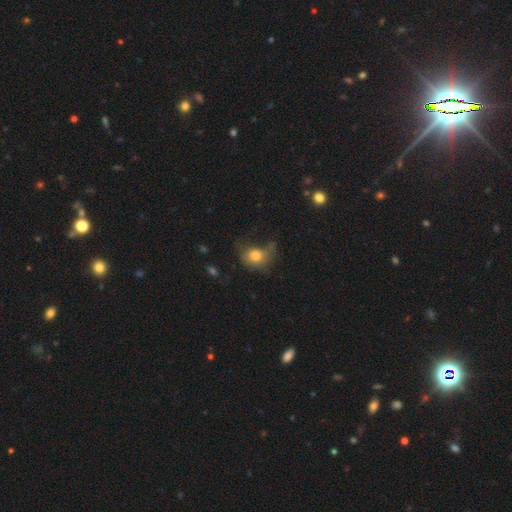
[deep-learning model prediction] smooth 75%, featured or disk 14%, star or artifact 11%. Down the decision tree: how rounded — round (56%); merging — none (38%).